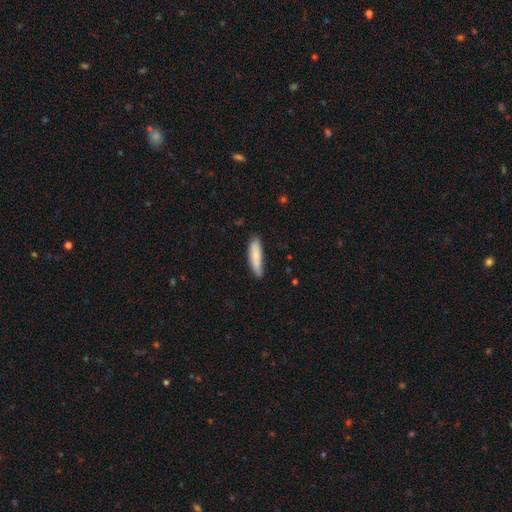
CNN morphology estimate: Smooth or featured? smooth (80%)
How rounded? cigar-shaped (74%)
Merging? none (77%)